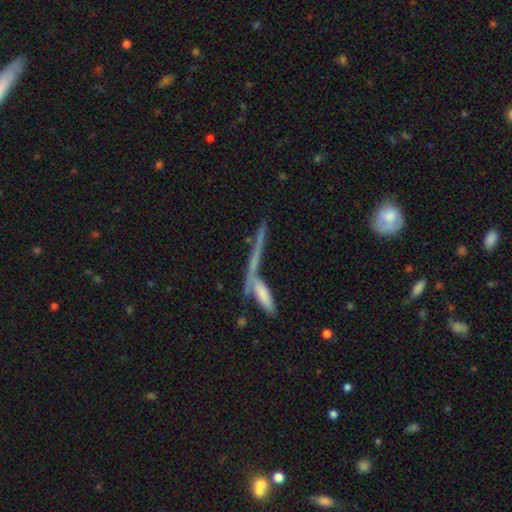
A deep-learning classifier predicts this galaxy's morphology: type=featured or disk (49%); merging=merger (42%).